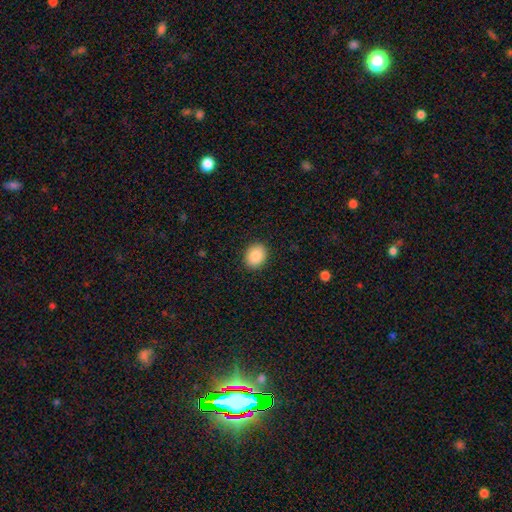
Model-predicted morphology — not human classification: Smooth or featured? smooth (89%)
How rounded? in between (50%, tied with round)
Merging? none (91%)